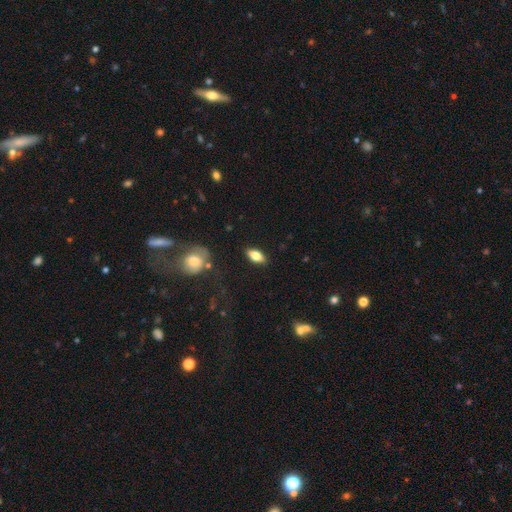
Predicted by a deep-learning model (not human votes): This is likely a smooth galaxy (79%). How rounded: clearly in between (88%). Merging: clearly none (86%).